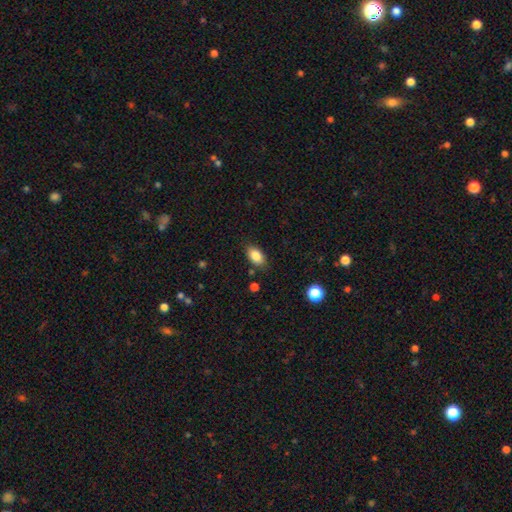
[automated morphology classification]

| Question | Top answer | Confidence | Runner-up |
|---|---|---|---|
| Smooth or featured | smooth | 85% | star or artifact (8%) |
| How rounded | in between | 90% | round (8%) |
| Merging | none | 83% | minor disturbance (12%) |